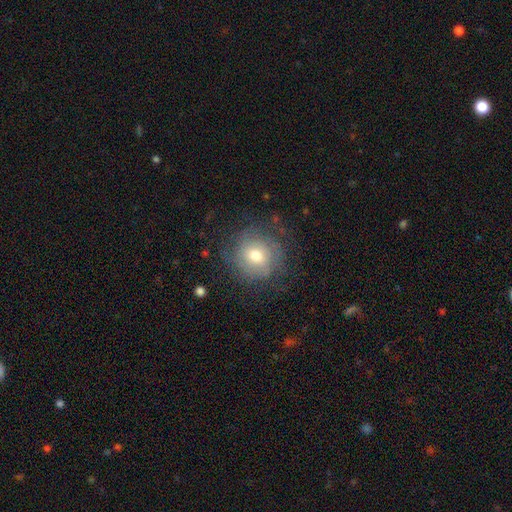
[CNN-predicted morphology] smooth 54%, featured or disk 36%, star or artifact 10%. Down the decision tree: how rounded — round (86%); merging — none (70%).